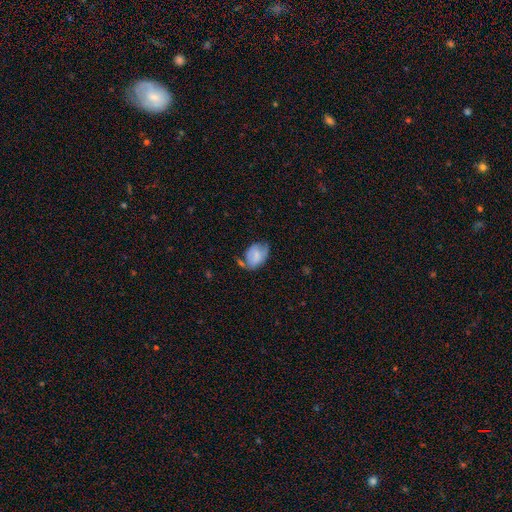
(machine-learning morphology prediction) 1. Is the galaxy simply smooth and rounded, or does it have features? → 63% smooth, 29% featured or disk, 8% star or artifact.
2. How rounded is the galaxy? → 82% in between, 17% round, 1% cigar-shaped.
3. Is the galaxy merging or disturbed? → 42% none, 35% minor disturbance, 15% major disturbance, 8% merger.